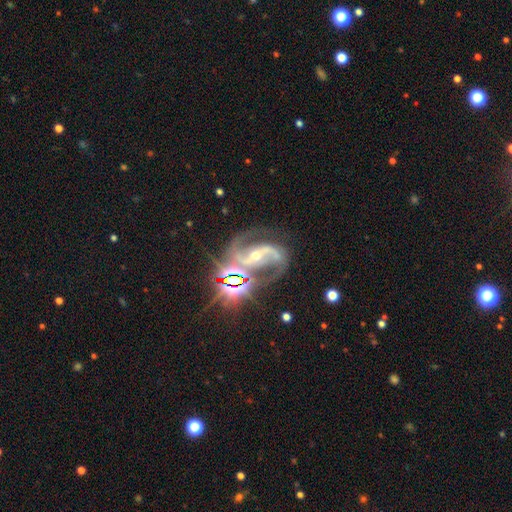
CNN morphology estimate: A featured or disk galaxy (85%) with a strong bar (50%), 2 (87%) medium (57%) spiral arms (98%) and a small central bulge (55%). Merging: none (59%).